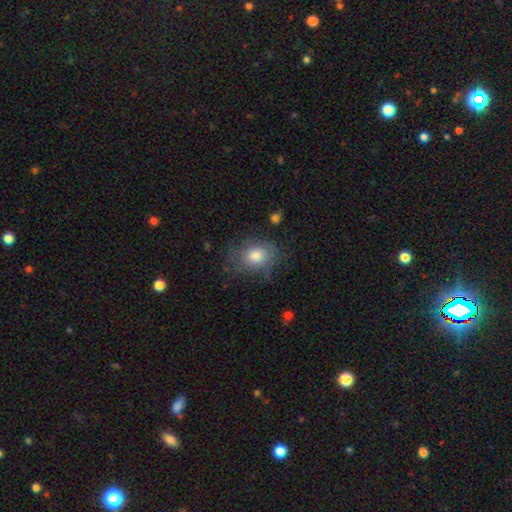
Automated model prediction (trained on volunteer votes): smooth-or-featured: smooth: 77% | featured or disk: 15% | star or artifact: 8%
  how-rounded: in between: 53% | round: 46% | cigar-shaped: 1%
  merging: none: 63% | minor disturbance: 24% | major disturbance: 11% | merger: 2%